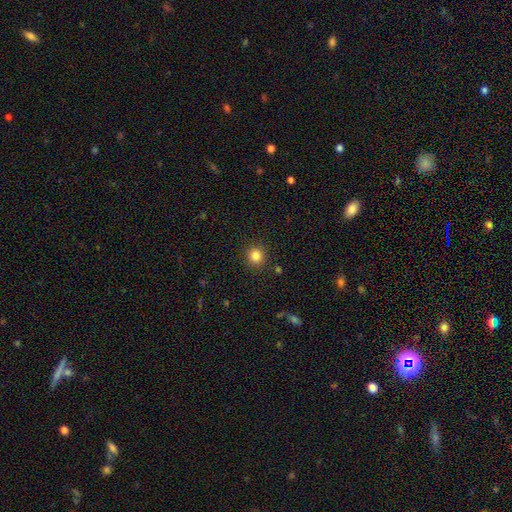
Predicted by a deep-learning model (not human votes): Overall: smooth (83%). How rounded: round (90%). Merging: none (91%).